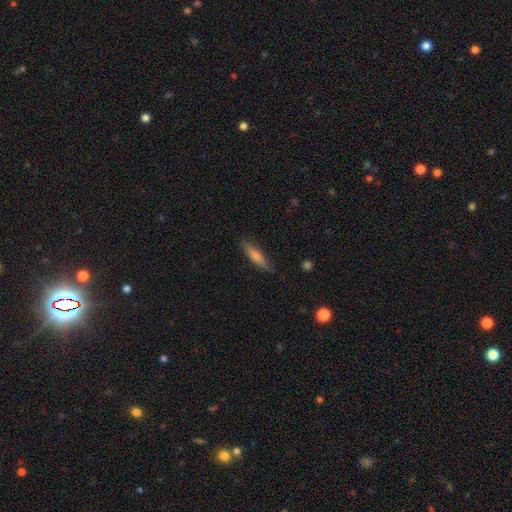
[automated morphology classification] A smooth galaxy with no disk features (58%) that is cigar-shaped (80%).

Vote fractions:
- Smooth or featured? smooth: 58% / featured or disk: 35% / star or artifact: 7%
- How rounded? cigar-shaped: 80% / in between: 18% / round: 2%
- Merging? none: 84% / minor disturbance: 13% / major disturbance: 2% / merger: 1%